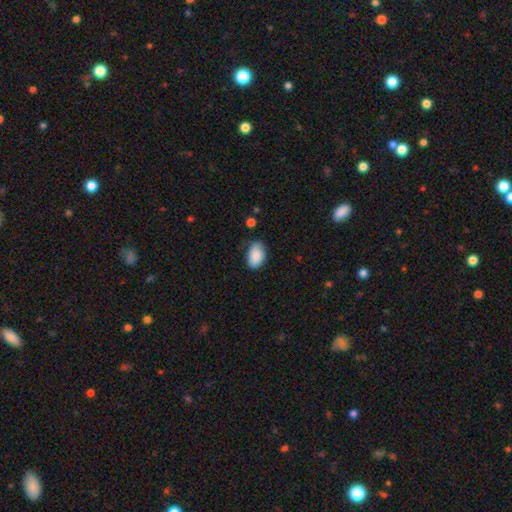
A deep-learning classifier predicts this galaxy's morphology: type=smooth (87%); roundness=in between (90%); merging=none (71%).